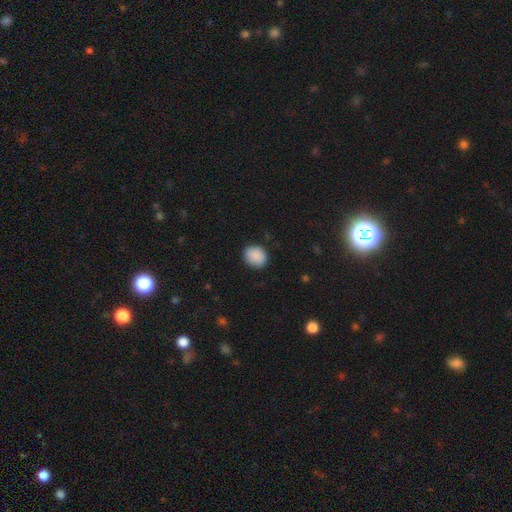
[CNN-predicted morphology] Smooth or featured? Predicted: smooth (p=0.90). How rounded? Predicted: round (p=0.66). Merging? Predicted: none (p=0.86).